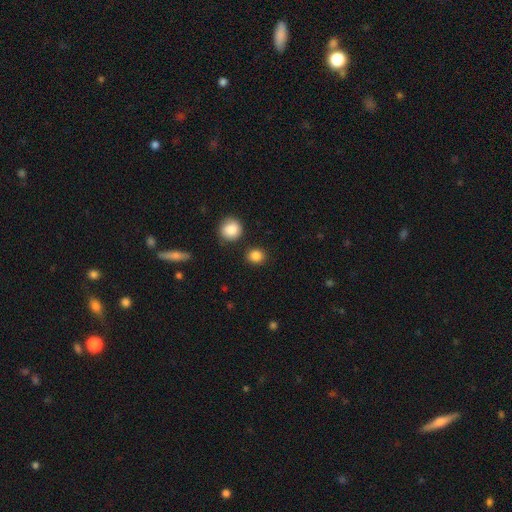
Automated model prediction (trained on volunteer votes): Morphology: type=smooth (86%); roundness=round (81%); merging=none (86%).